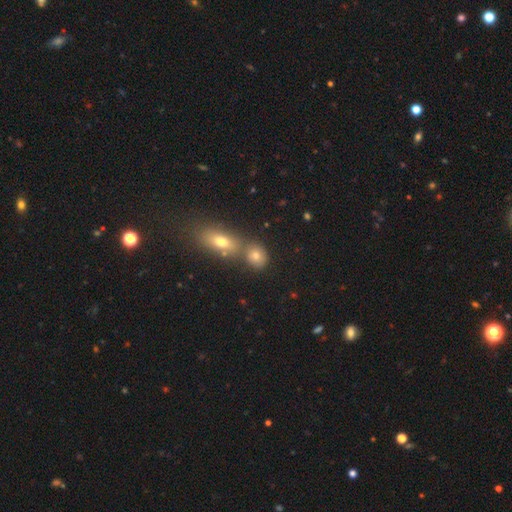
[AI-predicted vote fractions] Overall: smooth (75%). How rounded: round (52%; in between 46%). Merging: none (54%; merger 33%).